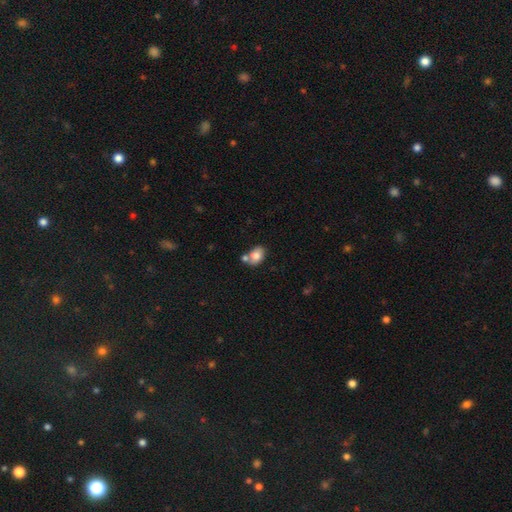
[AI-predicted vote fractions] Q: Smooth or featured?
A: smooth (77%); runner-up: featured or disk (15%)
Q: How rounded?
A: in between (74%); runner-up: round (25%)
Q: Merging?
A: none (46%); runner-up: merger (33%)